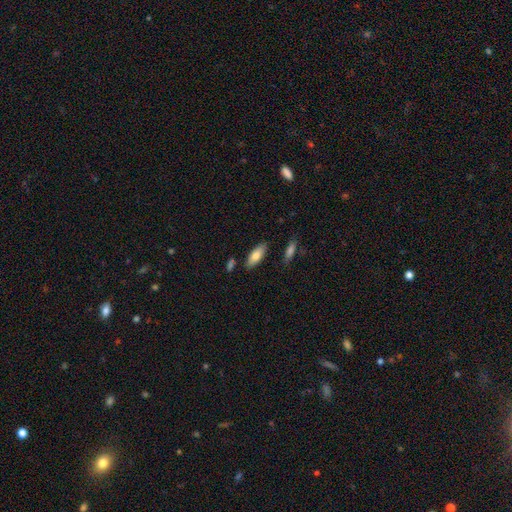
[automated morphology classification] The model was most divided on "how rounded": in between: 73%, cigar-shaped: 25%, round: 2%. More confident: merging — none (81%); smooth or featured — smooth (78%).